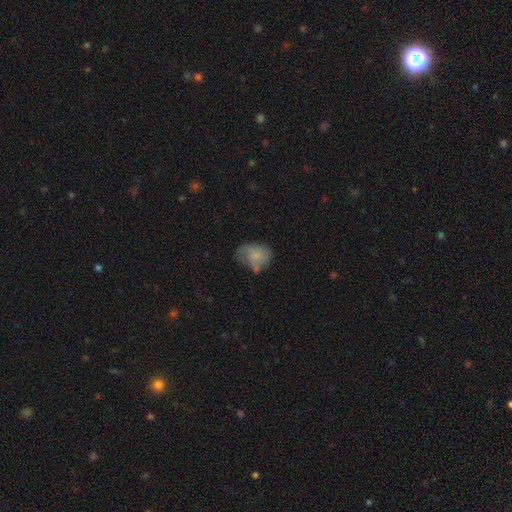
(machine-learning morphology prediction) type=smooth (60%); roundness=in between (60%); merging=none (39%).